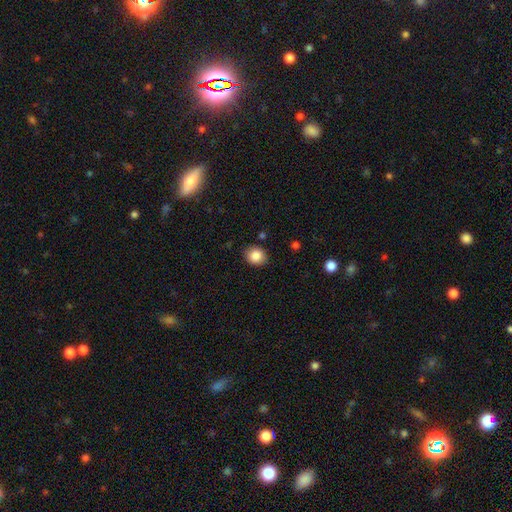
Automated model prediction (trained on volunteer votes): The model was most divided on "how rounded": round: 70%, in between: 29%, cigar-shaped: 1%. More confident: smooth or featured — smooth (87%); merging — none (86%).